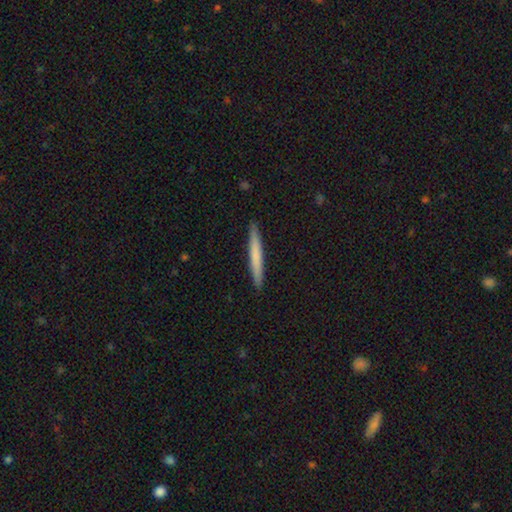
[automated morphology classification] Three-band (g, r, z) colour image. It shows a smooth galaxy with no disk features (68%) that is cigar-shaped (97%). Merging: none (92%).